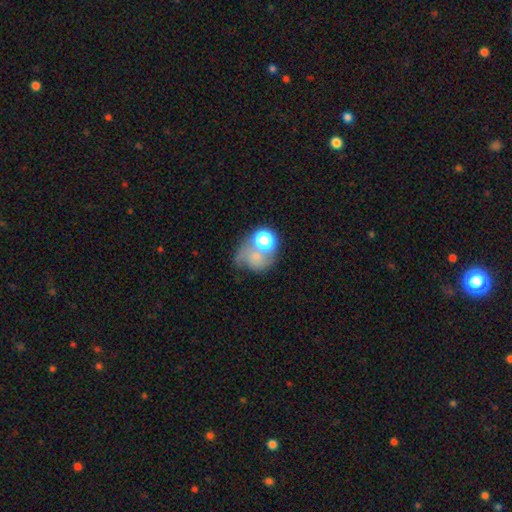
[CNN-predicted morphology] A smooth galaxy with no disk features (53%) that is round (62%). Merging: merger (35%).